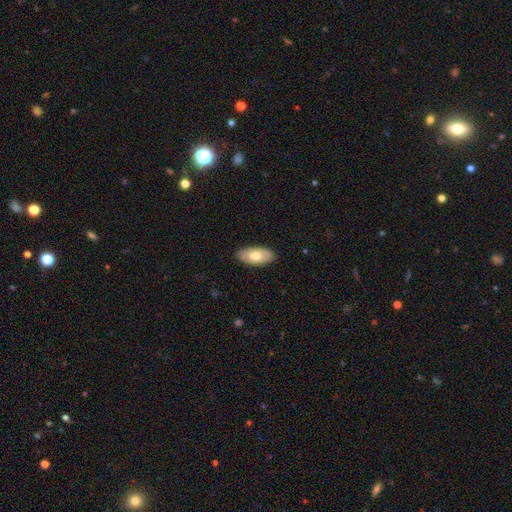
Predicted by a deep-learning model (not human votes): This appears to be a smooth galaxy with no disk features (64%) that is in between round and cigar-shaped (93%). Merging: none (86%).